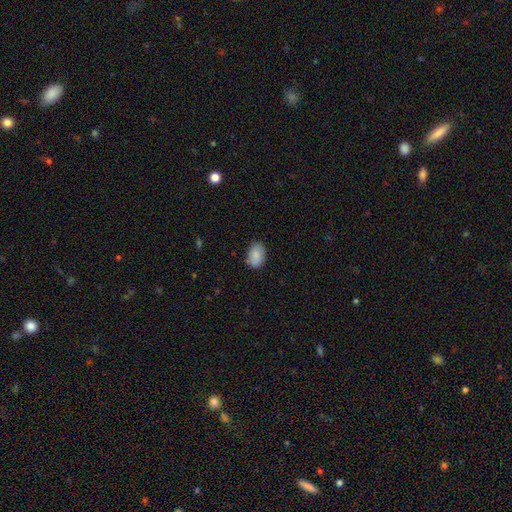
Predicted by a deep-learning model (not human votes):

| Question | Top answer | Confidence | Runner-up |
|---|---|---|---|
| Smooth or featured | smooth | 87% | star or artifact (7%) |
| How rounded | in between | 85% | round (14%) |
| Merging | none | 81% | minor disturbance (15%) |